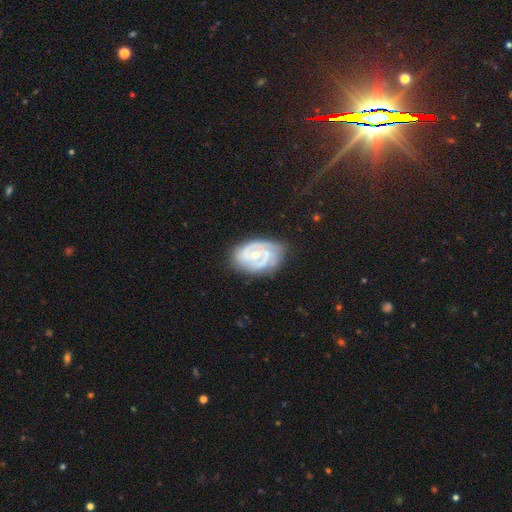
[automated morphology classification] smooth-or-featured: featured or disk: 82% | smooth: 12% | star or artifact: 6%
  disk-edge-on: no: 97% | yes: 3%
    bar: no: 66% | weak: 28% | strong: 7%
    has-spiral-arms: yes: 90% | no: 10%
      spiral-winding: tight: 63% | medium: 29% | loose: 8%
      spiral-arm-count: 2: 41% | can't tell: 25% | 3: 19% | 1: 6% | 4: 4% | more than 4: 4%
    bulge-size: moderate: 50% | small: 46% | large: 2% | none: 1% | dominant: 1%
  merging: none: 66% | minor disturbance: 23% | major disturbance: 9% | merger: 2%